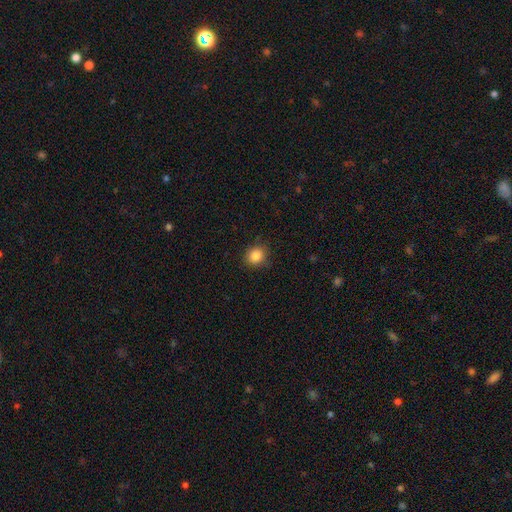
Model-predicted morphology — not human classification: This appears to be a smooth galaxy with no disk features (85%) that is round (81%). Merging: none (87%).